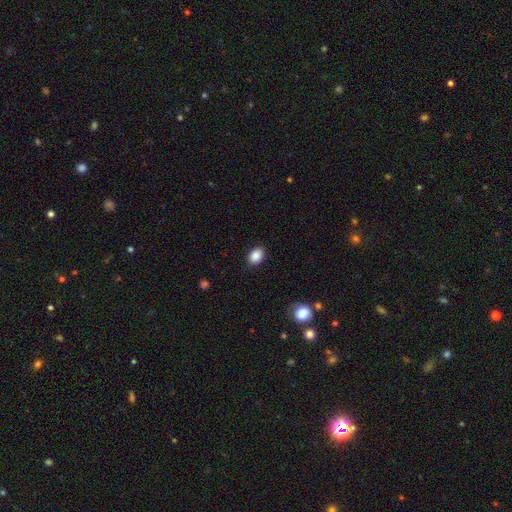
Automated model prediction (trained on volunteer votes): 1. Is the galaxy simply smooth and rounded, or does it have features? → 88% smooth, 8% star or artifact, 4% featured or disk.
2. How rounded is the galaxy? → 75% in between, 24% round, 1% cigar-shaped.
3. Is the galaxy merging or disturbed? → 87% none, 9% minor disturbance, 2% major disturbance, 1% merger.